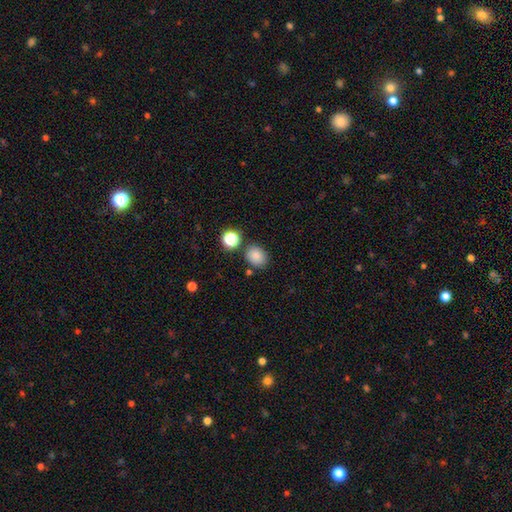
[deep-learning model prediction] Smooth or featured?
  - smooth: 84% *
  - star or artifact: 11%
  - featured or disk: 5%
How rounded?
  - round: 57% *
  - in between: 42%
  - cigar-shaped: 1%
Merging?
  - none: 79% *
  - minor disturbance: 11%
  - merger: 7%
  - major disturbance: 3%